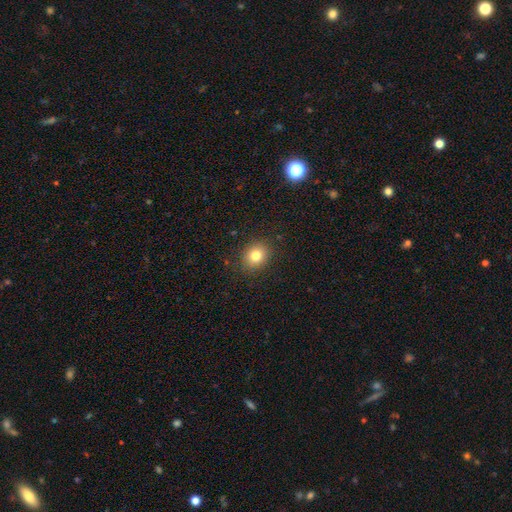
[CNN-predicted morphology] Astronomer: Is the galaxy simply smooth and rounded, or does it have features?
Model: smooth — 80%.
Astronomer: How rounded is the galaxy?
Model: round — 69%.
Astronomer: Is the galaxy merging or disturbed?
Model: none — 88%.